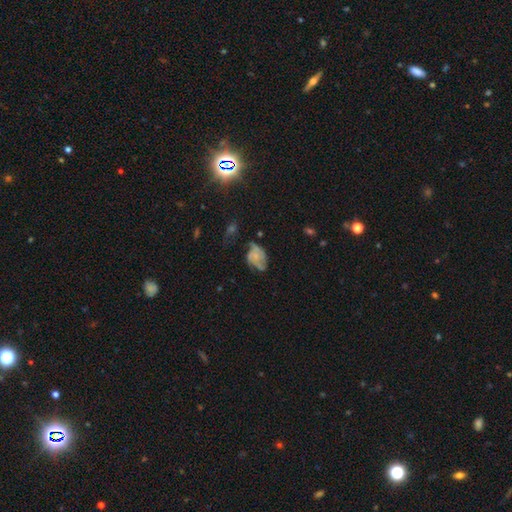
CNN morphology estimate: A featured or disk galaxy (59%) with no bar (77%), spiral arms (79%) and a small central bulge (58%).

Vote fractions:
- Smooth or featured? featured or disk: 59% / smooth: 29% / star or artifact: 11%
- Edge-on disk? no: 97% / yes: 3%
- Bar? no: 77% / weak: 19% / strong: 4%
- Spiral arms? yes: 79% / no: 21%
- Bulge size? small: 58% / none: 20% / moderate: 18% / large: 2% / dominant: 1%
- Merging? none: 39% / minor disturbance: 29% / major disturbance: 27% / merger: 5%